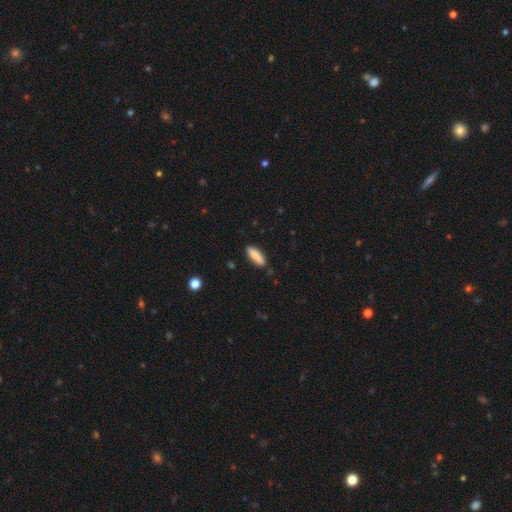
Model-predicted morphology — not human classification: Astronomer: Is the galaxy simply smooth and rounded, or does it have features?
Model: smooth — 86%.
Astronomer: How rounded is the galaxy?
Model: in between — 57% (runner-up: cigar-shaped, 41%).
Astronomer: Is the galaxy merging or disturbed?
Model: none — 86%.